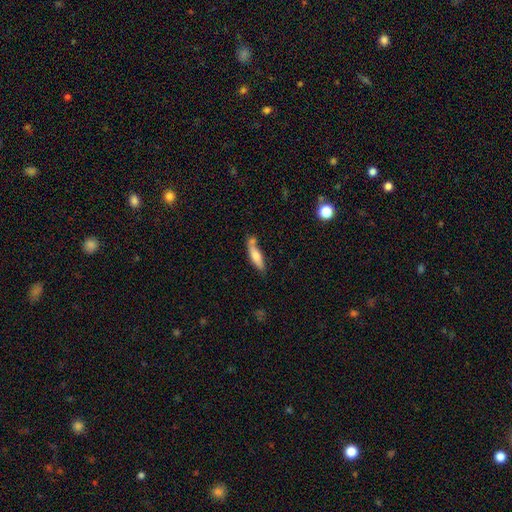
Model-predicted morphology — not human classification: smooth-or-featured: smooth: 66% | featured or disk: 27% | star or artifact: 6%
  how-rounded: cigar-shaped: 70% | in between: 28% | round: 2%
  merging: none: 57% | minor disturbance: 22% | merger: 15% | major disturbance: 6%